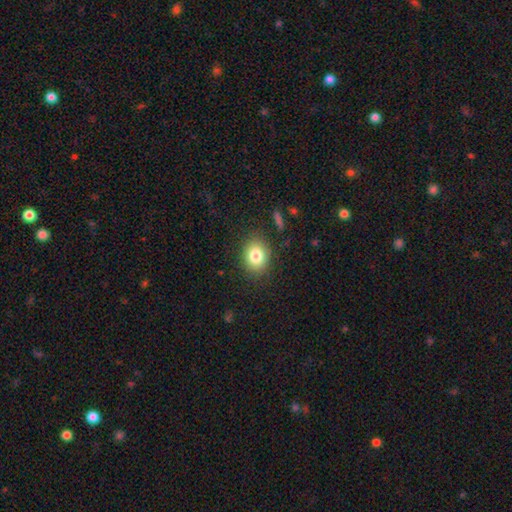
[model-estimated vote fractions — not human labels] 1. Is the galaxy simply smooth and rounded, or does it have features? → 81% smooth, 10% star or artifact, 9% featured or disk.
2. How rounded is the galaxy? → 56% in between, 43% round, 1% cigar-shaped.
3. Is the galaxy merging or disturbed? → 85% none, 10% minor disturbance, 3% major disturbance, 2% merger.